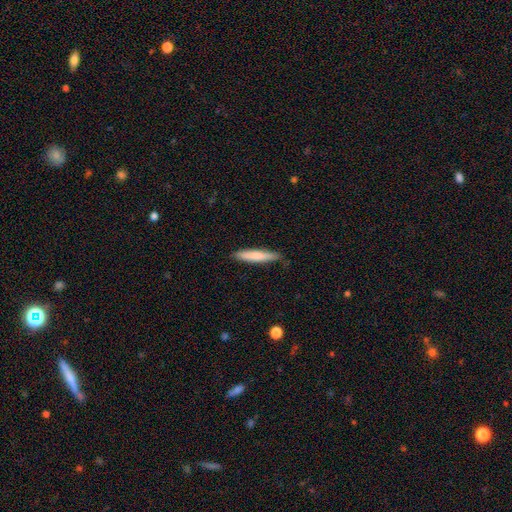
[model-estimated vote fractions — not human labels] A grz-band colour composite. It shows a smooth galaxy with no disk features (75%) that is cigar-shaped (90%). Merging: none (82%).